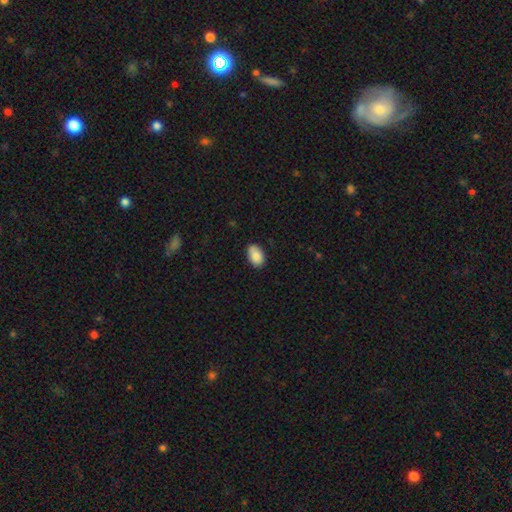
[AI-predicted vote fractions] smooth 88%, star or artifact 7%, featured or disk 5%. Down the decision tree: how rounded — in between (91%); merging — none (83%).